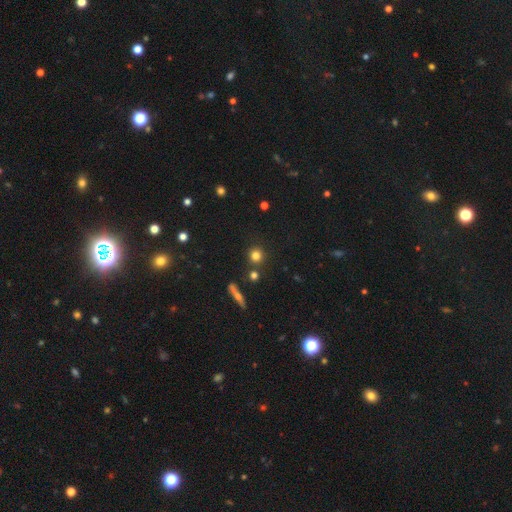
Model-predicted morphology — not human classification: smooth 78%, star or artifact 13%, featured or disk 9%. Down the decision tree: how rounded — round (91%); merging — none (82%).